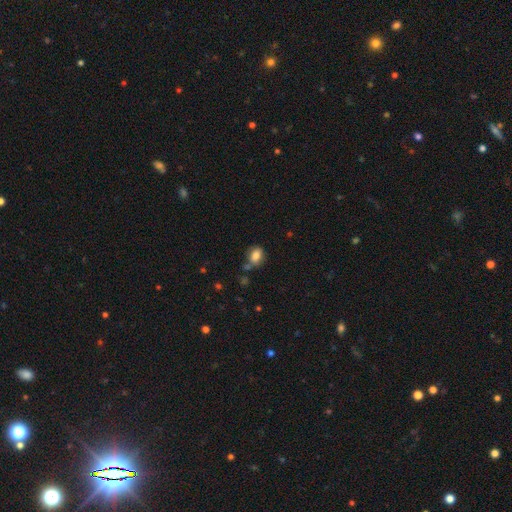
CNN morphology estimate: smooth-or-featured: smooth: 82% | star or artifact: 10% | featured or disk: 8%
  how-rounded: in between: 64% | round: 35% | cigar-shaped: 1%
  merging: none: 68% | minor disturbance: 17% | merger: 10% | major disturbance: 4%